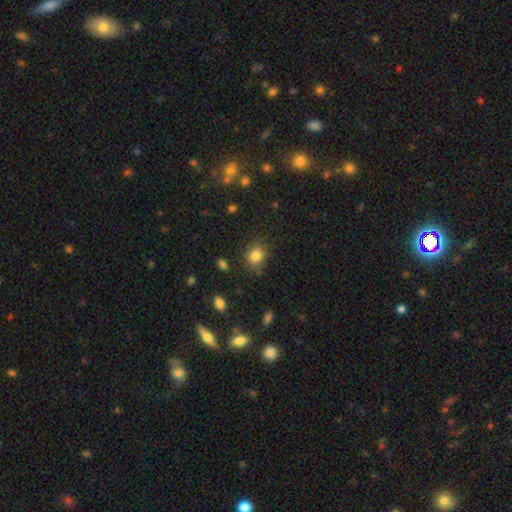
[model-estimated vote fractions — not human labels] This is clearly a smooth galaxy (83%). How rounded: likely round (67%). Merging: clearly none (81%).